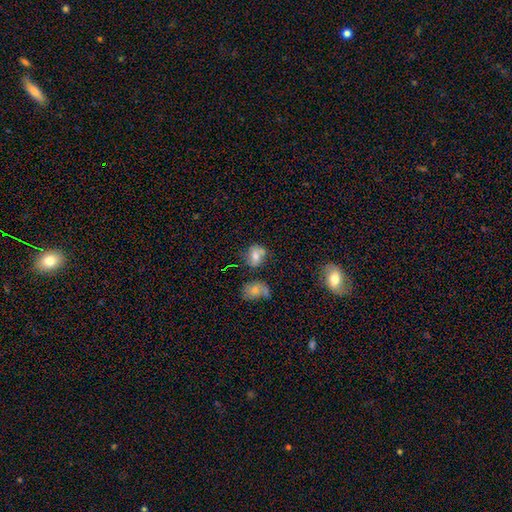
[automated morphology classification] A smooth galaxy with no disk features (66%) that is round (51%).

Vote fractions:
- Smooth or featured? smooth: 66% / featured or disk: 21% / star or artifact: 13%
- How rounded? round: 51% / in between: 48% / cigar-shaped: 2%
- Merging? none: 53% / minor disturbance: 20% / merger: 19% / major disturbance: 8%